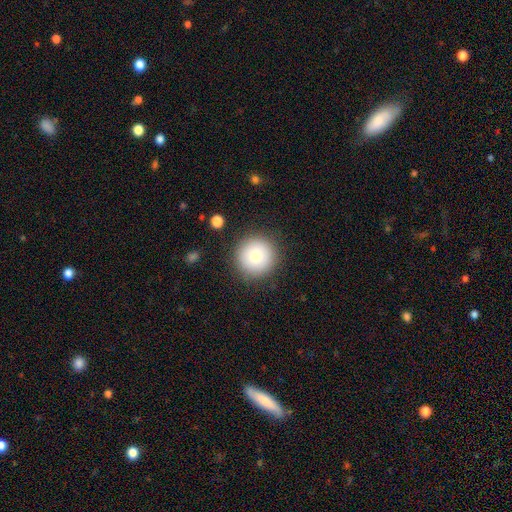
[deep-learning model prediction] smooth 76%, featured or disk 14%, star or artifact 10%. Down the decision tree: how rounded — round (96%); merging — none (88%).